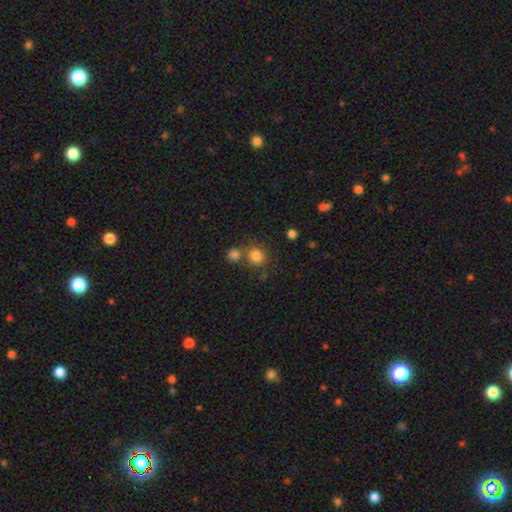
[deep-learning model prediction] The model was most divided on "merging": none: 64%, merger: 22%, minor disturbance: 9%, major disturbance: 4%. More confident: smooth or featured — smooth (82%); how rounded — round (79%).